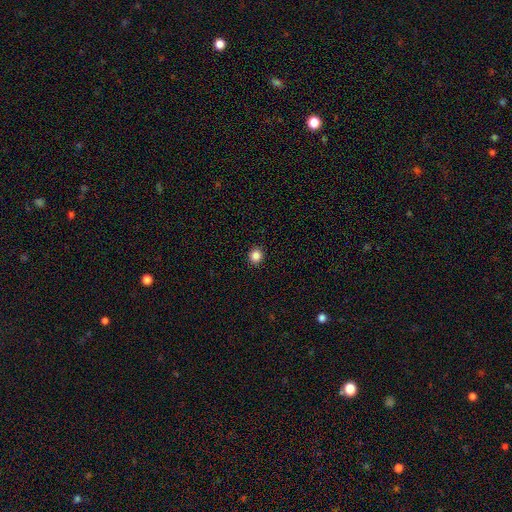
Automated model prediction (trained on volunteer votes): Overall: smooth (85%). How rounded: round (86%). Merging: none (93%).